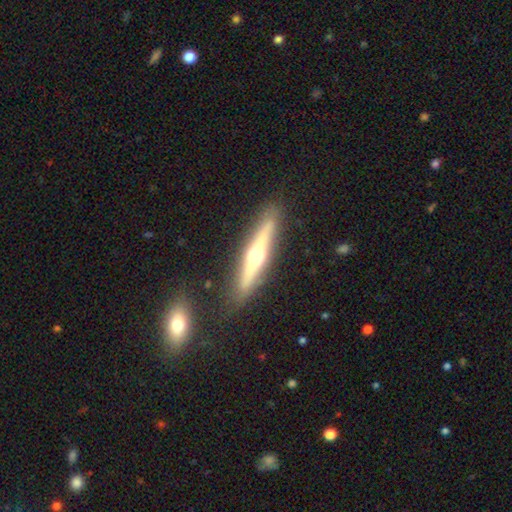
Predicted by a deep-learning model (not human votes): Morphology: type=featured or disk (64%); edge-on=yes (94%); edge-on bulge=rounded (90%); merging=none (86%).